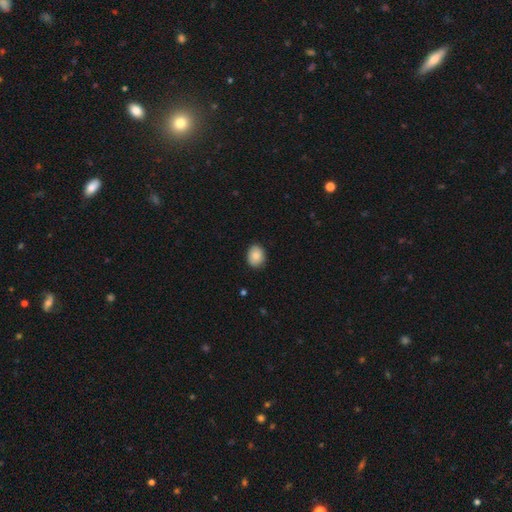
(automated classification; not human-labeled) A smooth galaxy with no disk features (87%) that is in between round and cigar-shaped (54%).

Vote fractions:
- Smooth or featured? smooth: 87% / star or artifact: 7% / featured or disk: 6%
- How rounded? in between: 54% / round: 45% / cigar-shaped: 1%
- Merging? none: 86% / minor disturbance: 11% / major disturbance: 2% / merger: 1%